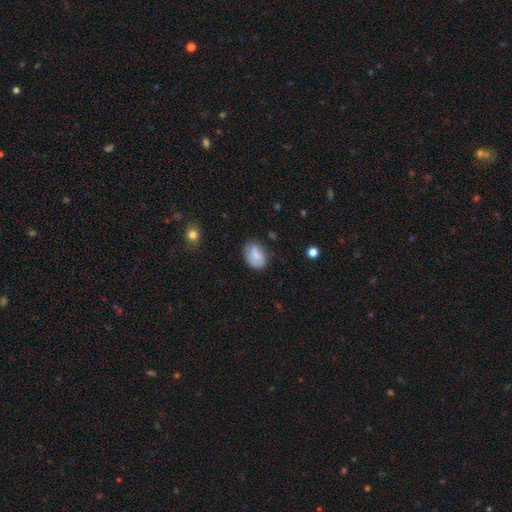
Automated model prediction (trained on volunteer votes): Smooth or featured: smooth — 78% (featured or disk — 15%)
How rounded: in between — 81% (round — 18%)
Merging: none — 68% (minor disturbance — 24%)